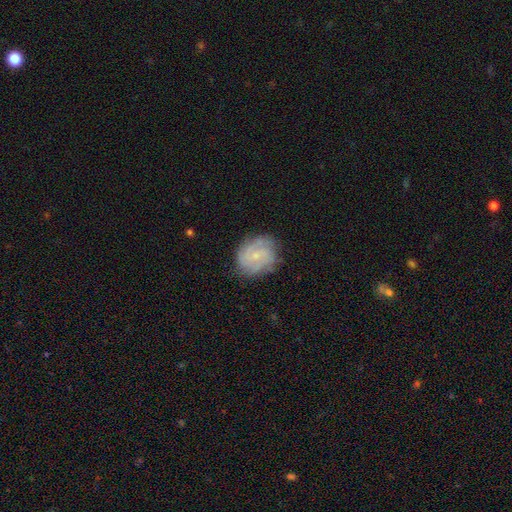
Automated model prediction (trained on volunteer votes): A featured or disk galaxy (73%) with no bar (60%), tight (54%) spiral arms (93%) and a small central bulge (75%).

Vote fractions:
- Smooth or featured? featured or disk: 73% / smooth: 20% / star or artifact: 7%
- Edge-on disk? no: 98% / yes: 2%
- Bar? no: 60% / weak: 35% / strong: 5%
- Spiral arms? yes: 93% / no: 7%
- Spiral winding? tight: 54% / medium: 37% / loose: 10%
- Spiral arm count? can't tell: 28% / 3: 26% / 2: 24% / 4: 12% / more than 4: 5% / 1: 5%
- Bulge size? small: 75% / moderate: 16% / none: 7% / large: 1% / dominant: 1%
- Merging? none: 78% / minor disturbance: 16% / major disturbance: 5% / merger: 1%